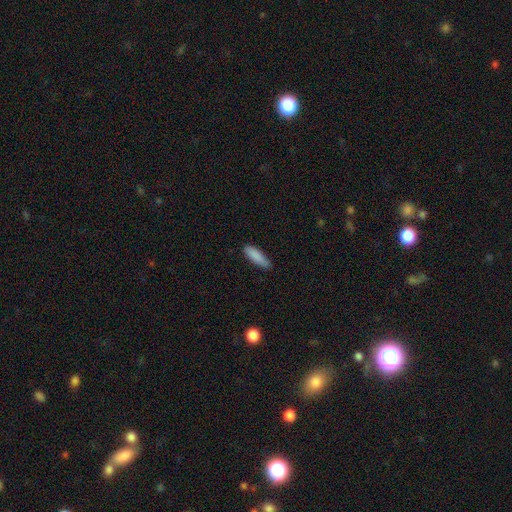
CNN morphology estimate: type=smooth (88%); roundness=cigar-shaped (53%); merging=none (78%).